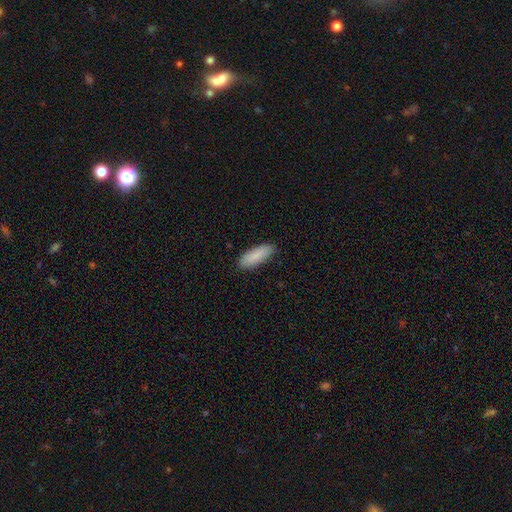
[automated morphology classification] A smooth galaxy with no disk features (88%) that is in between round and cigar-shaped (64%).

Vote fractions:
- Smooth or featured? smooth: 88% / featured or disk: 6% / star or artifact: 6%
- How rounded? in between: 64% / cigar-shaped: 34% / round: 2%
- Merging? none: 88% / minor disturbance: 9% / major disturbance: 2% / merger: 1%